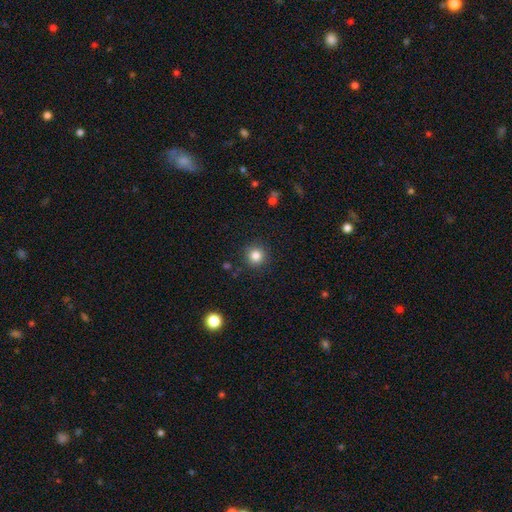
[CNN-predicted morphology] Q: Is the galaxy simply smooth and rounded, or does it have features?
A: smooth — 83%.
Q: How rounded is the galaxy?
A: round — 95%.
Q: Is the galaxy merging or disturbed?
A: none — 90%.